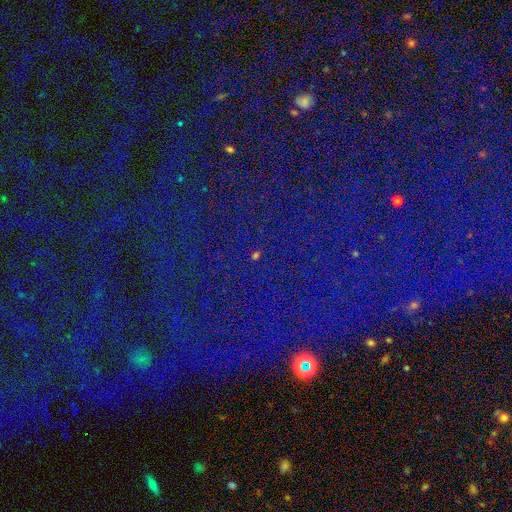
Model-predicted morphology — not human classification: Smooth or featured?
  - star or artifact: 77% *
  - smooth: 15%
  - featured or disk: 8%